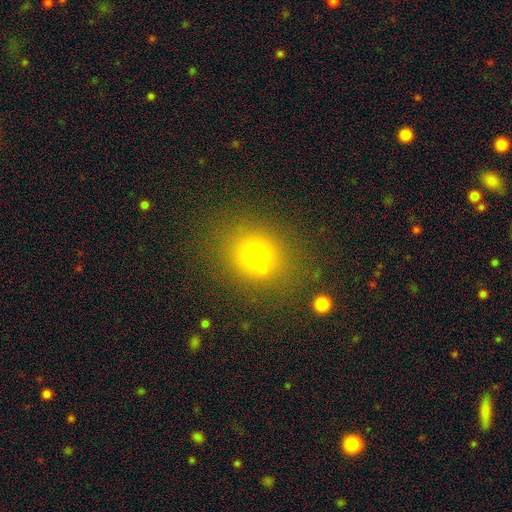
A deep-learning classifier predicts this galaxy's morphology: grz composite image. It shows a smooth galaxy with no disk features (69%) that is round (76%). Merging: none (73%).